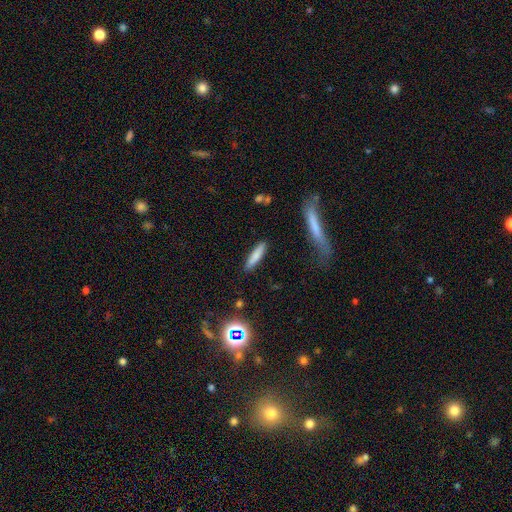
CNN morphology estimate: Overall: smooth (79%). How rounded: cigar-shaped (80%). Merging: none (87%).